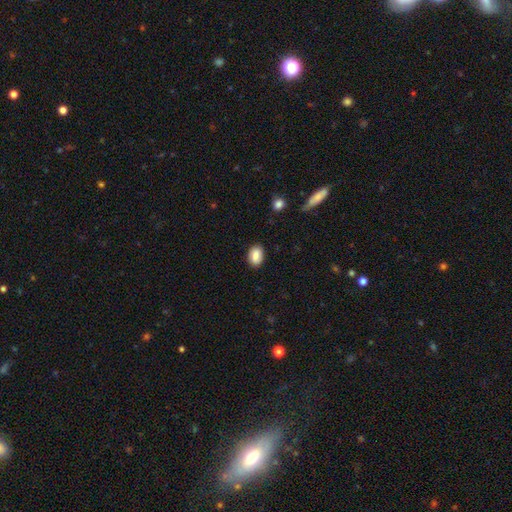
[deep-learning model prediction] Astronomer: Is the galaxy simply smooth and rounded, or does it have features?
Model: smooth — 85%.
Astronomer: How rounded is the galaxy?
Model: in between — 80%.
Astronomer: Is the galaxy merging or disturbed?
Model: none — 88%.